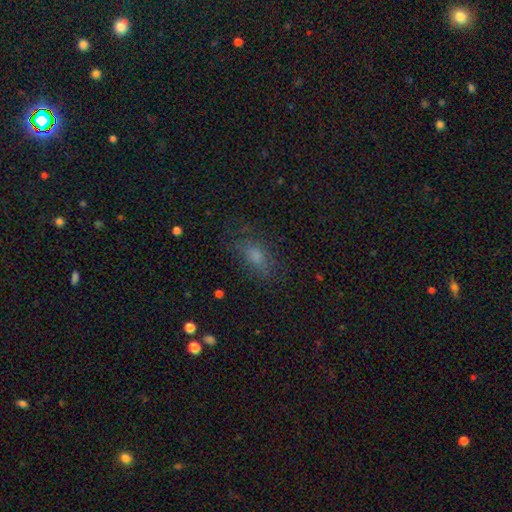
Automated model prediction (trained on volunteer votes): Overall: smooth (61%). How rounded: in between (75%). Merging: none (70%).